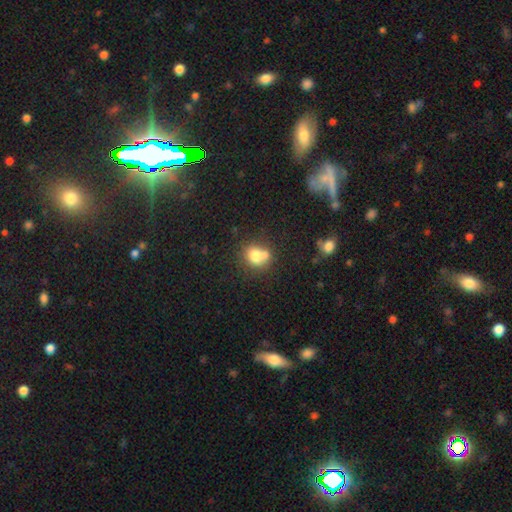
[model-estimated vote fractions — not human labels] Overall: smooth (75%). How rounded: round (72%). Merging: merger (42%; none 41%).